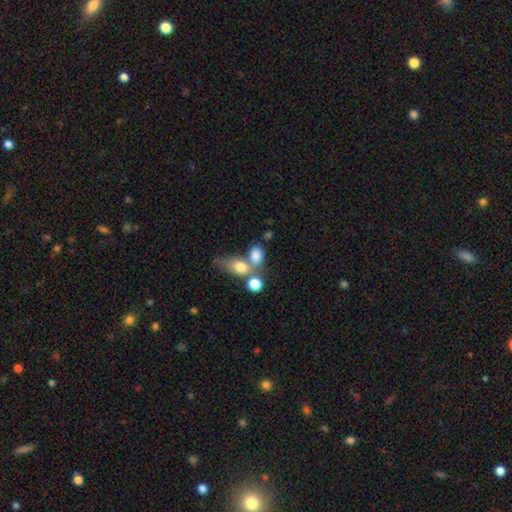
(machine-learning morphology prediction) Smooth or featured: smooth — 78% (featured or disk — 12%)
How rounded: in between — 77% (round — 20%)
Merging: merger — 47% (none — 34%)